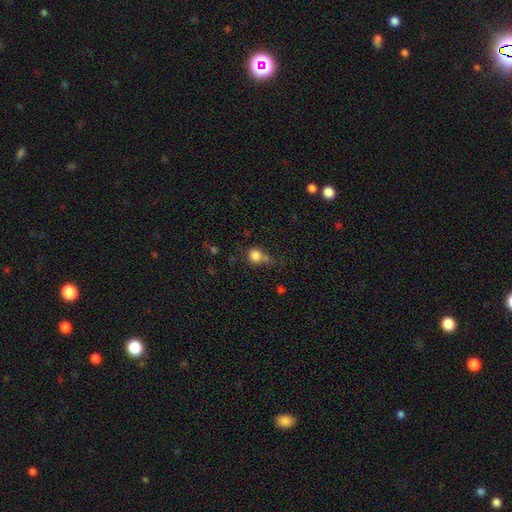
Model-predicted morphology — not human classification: smooth-or-featured: smooth: 80% | star or artifact: 12% | featured or disk: 7%
  how-rounded: round: 81% | in between: 17% | cigar-shaped: 1%
  merging: none: 45% | merger: 26% | minor disturbance: 19% | major disturbance: 10%